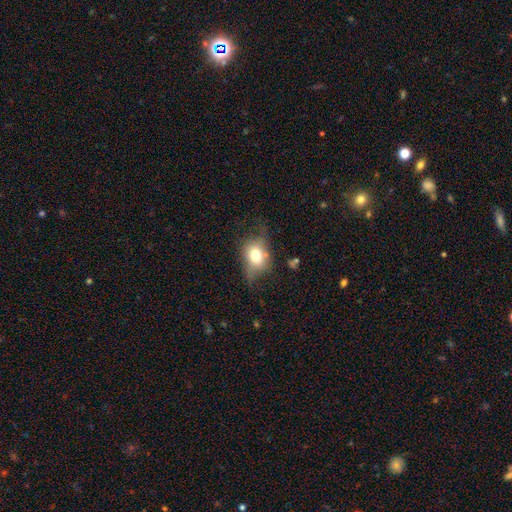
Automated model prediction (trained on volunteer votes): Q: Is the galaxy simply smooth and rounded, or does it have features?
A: smooth — 63%.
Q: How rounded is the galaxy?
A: in between — 61%.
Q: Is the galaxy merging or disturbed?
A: none — 46%.